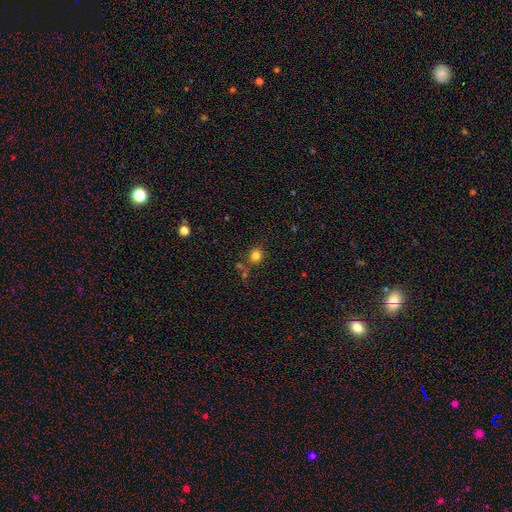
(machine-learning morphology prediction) Overall: smooth (80%). How rounded: round (83%). Merging: none (77%).